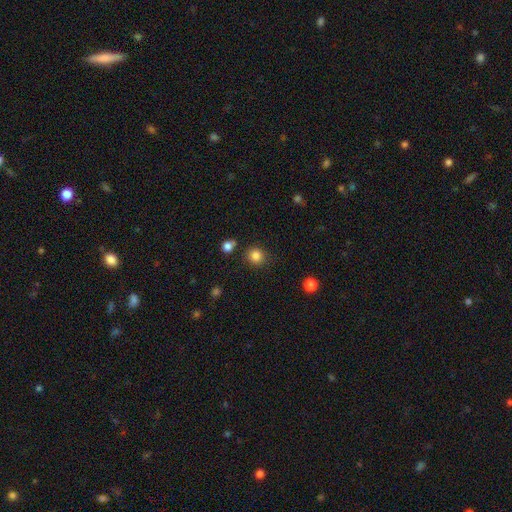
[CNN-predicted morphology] smooth-or-featured: smooth: 84% | star or artifact: 12% | featured or disk: 4%
  how-rounded: round: 88% | in between: 11% | cigar-shaped: 1%
  merging: none: 83% | minor disturbance: 9% | merger: 4% | major disturbance: 3%